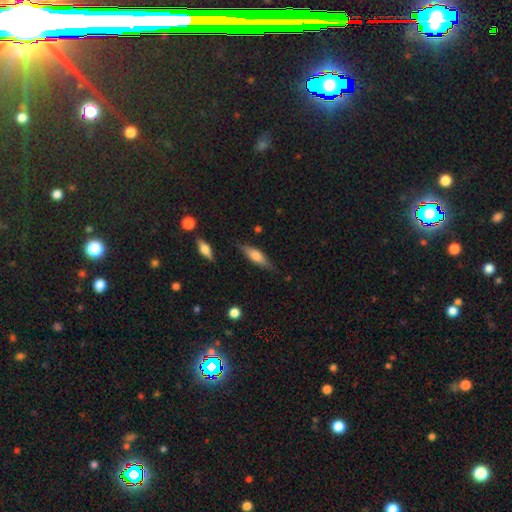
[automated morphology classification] This is possibly a smooth galaxy (57%). How rounded: possibly cigar-shaped (54%). Merging: likely none (79%).